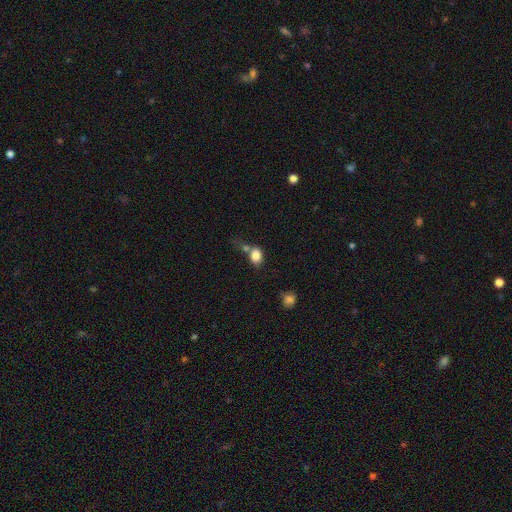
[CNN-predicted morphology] A smooth galaxy with no disk features (82%) that is in between round and cigar-shaped (70%).

Vote fractions:
- Smooth or featured? smooth: 82% / star or artifact: 9% / featured or disk: 8%
- How rounded? in between: 70% / round: 29% / cigar-shaped: 2%
- Merging? none: 42% / merger: 31% / minor disturbance: 18% / major disturbance: 10%